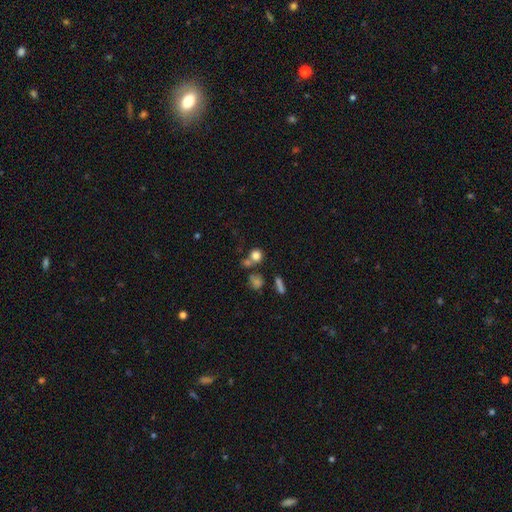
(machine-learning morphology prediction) This is likely a smooth galaxy (78%). How rounded: clearly round (87%). Merging: possibly none (57%).